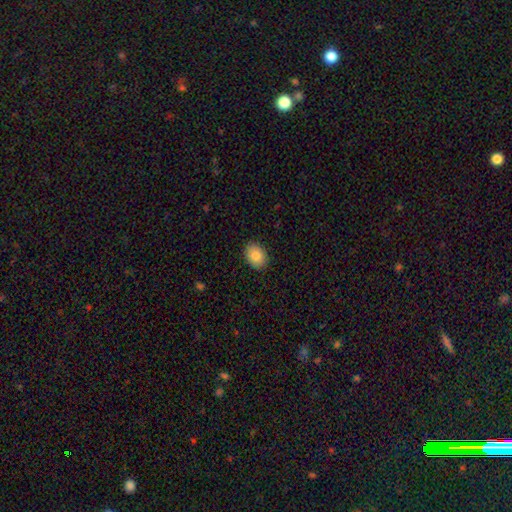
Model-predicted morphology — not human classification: Overall: smooth (87%). How rounded: in between (73%). Merging: none (89%).